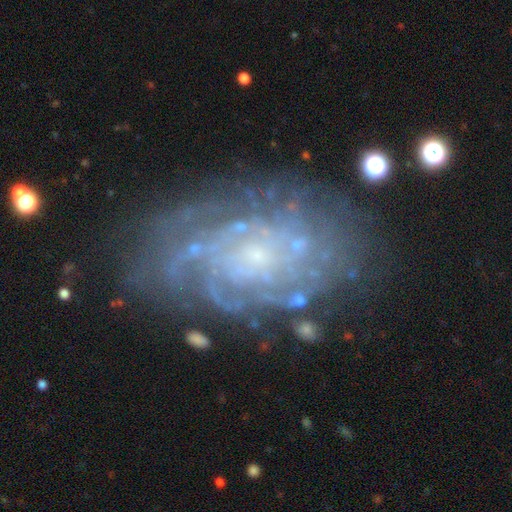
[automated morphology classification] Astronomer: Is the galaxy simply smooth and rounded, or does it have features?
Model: featured or disk — 86%.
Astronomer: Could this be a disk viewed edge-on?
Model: no — 96%.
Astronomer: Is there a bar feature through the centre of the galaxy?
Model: no — 75%.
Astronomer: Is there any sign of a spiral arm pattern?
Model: yes — 96%.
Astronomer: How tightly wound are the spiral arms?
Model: tight — 75%.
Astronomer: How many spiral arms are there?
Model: can't tell — 36% (runner-up: 4, 16%).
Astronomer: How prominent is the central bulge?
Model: small — 75%.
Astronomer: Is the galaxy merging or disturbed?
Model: none — 71%.